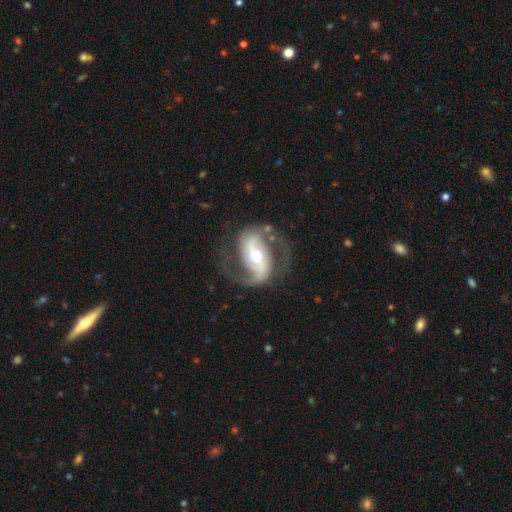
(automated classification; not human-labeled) Morphology: type=featured or disk (90%); edge-on=no (97%); bar=strong (40%); spiral arms=yes (96%); winding=medium (55%); arm count=2 (92%); bulge=moderate (70%); merging=none (75%).